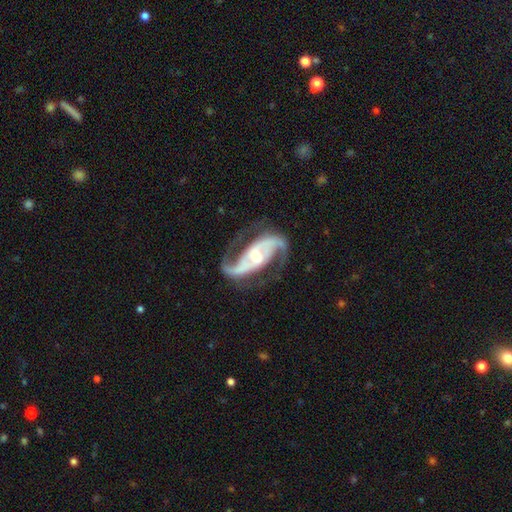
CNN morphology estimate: smooth-or-featured: featured or disk: 93% | star or artifact: 4% | smooth: 3%
  disk-edge-on: no: 97% | yes: 3%
    bar: weak: 40% | strong: 34% | no: 26%
    has-spiral-arms: yes: 98% | no: 2%
      spiral-winding: medium: 54% | loose: 32% | tight: 14%
      spiral-arm-count: 2: 94% | can't tell: 2% | 3: 1% | 1: 1% | 4: 1% | more than 4: 1%
    bulge-size: moderate: 45% | small: 35% | large: 11% | none: 7% | dominant: 2%
  merging: none: 75% | minor disturbance: 14% | major disturbance: 9% | merger: 2%